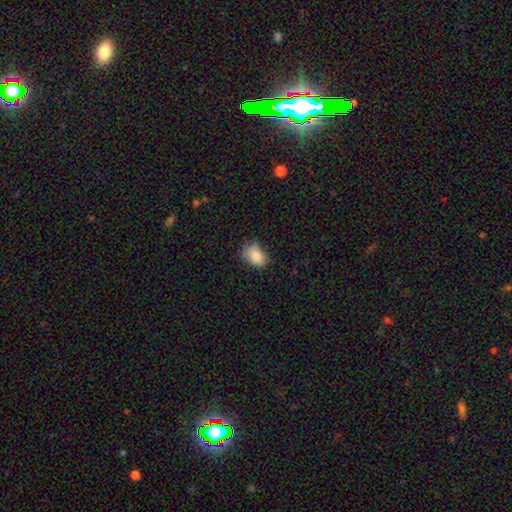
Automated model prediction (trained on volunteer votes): Smooth or featured: smooth — 86% (star or artifact — 8%)
How rounded: in between — 79% (round — 20%)
Merging: none — 63% (minor disturbance — 29%)